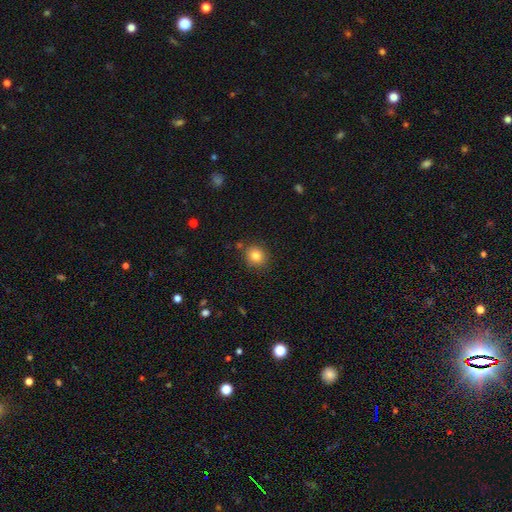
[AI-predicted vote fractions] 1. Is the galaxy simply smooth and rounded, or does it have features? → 81% smooth, 11% star or artifact, 8% featured or disk.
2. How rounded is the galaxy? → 83% round, 16% in between, 1% cigar-shaped.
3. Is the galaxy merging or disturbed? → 82% none, 11% minor disturbance, 4% merger, 3% major disturbance.